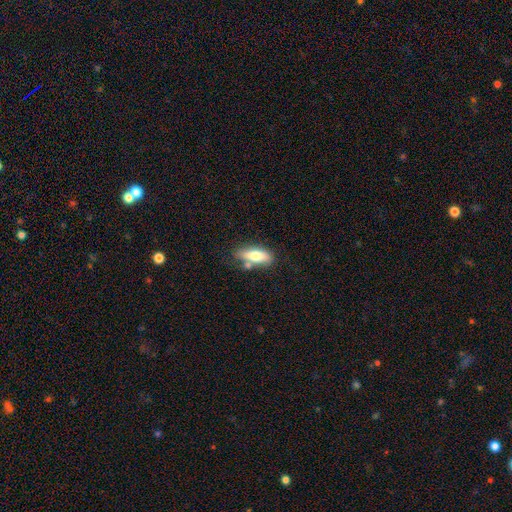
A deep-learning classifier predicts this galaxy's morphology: smooth_or_featured: smooth (p=0.71) [alt: featured or disk p=0.22]
how_rounded: in between (p=0.68) [alt: cigar-shaped p=0.29]
merging: none (p=0.58) [alt: minor disturbance p=0.20]